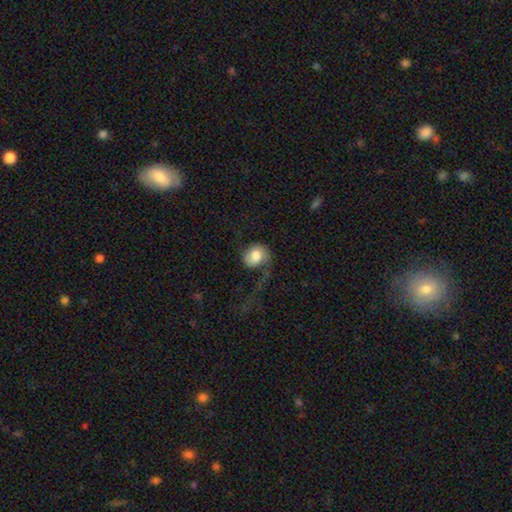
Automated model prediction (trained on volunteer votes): smooth 57%, featured or disk 35%, star or artifact 8%. Down the decision tree: how rounded — round (61%); merging — major disturbance (48%).